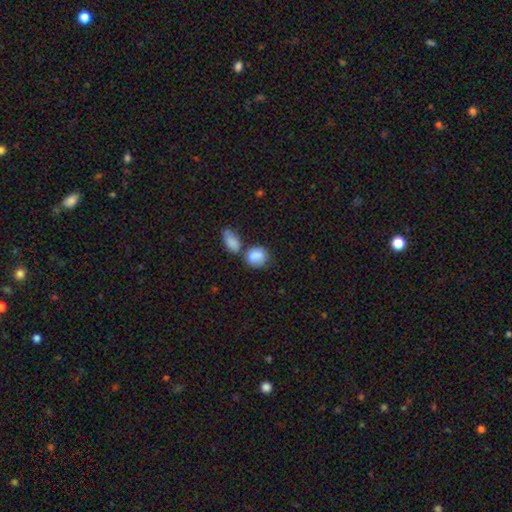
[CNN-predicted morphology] This appears to be a smooth galaxy with no disk features (84%) that is round (50%). Merging: none (42%).